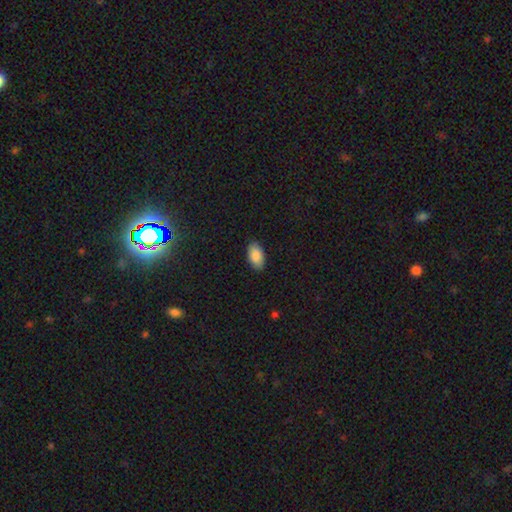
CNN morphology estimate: smooth-or-featured: smooth: 89% | star or artifact: 6% | featured or disk: 4%
  how-rounded: in between: 95% | round: 3% | cigar-shaped: 2%
  merging: none: 88% | minor disturbance: 9% | major disturbance: 2% | merger: 1%